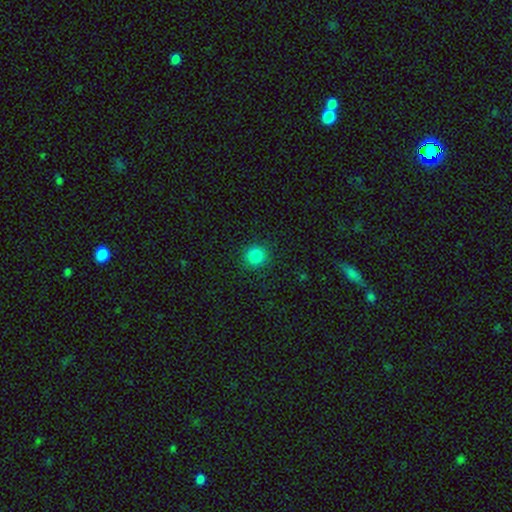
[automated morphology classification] Smooth or featured? Predicted: smooth (p=0.85). How rounded? Predicted: round (p=0.92). Merging? Predicted: none (p=0.91).